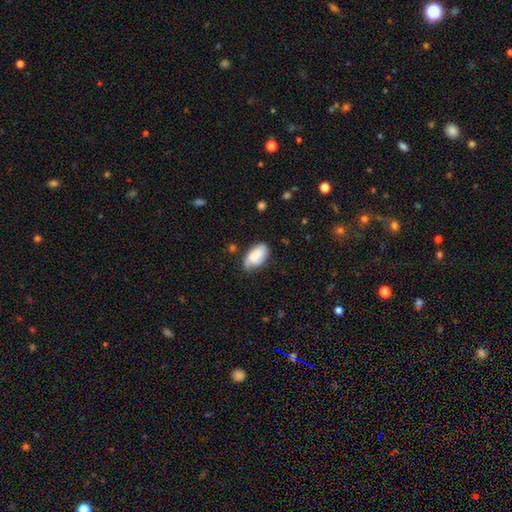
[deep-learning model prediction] smooth 66%, featured or disk 26%, star or artifact 8%. Down the decision tree: how rounded — in between (93%); merging — none (55%).